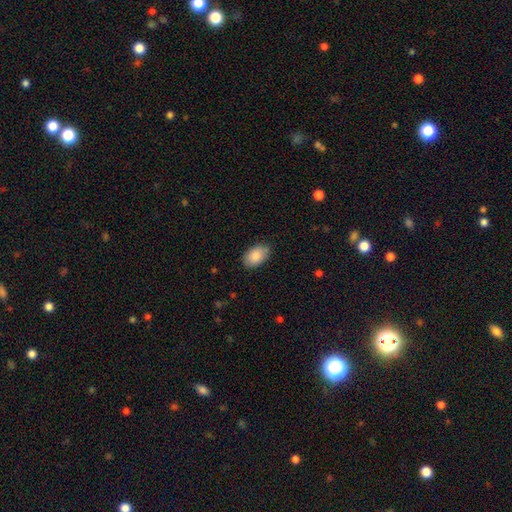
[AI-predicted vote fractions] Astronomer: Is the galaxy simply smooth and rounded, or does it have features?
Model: smooth — 87%.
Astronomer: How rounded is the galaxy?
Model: in between — 92%.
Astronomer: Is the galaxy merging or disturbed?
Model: none — 83%.